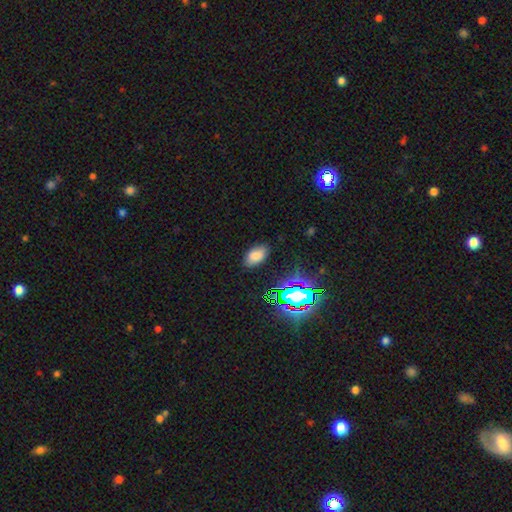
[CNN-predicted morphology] smooth 75%, star or artifact 17%, featured or disk 7%. Down the decision tree: how rounded — in between (93%); merging — none (84%).